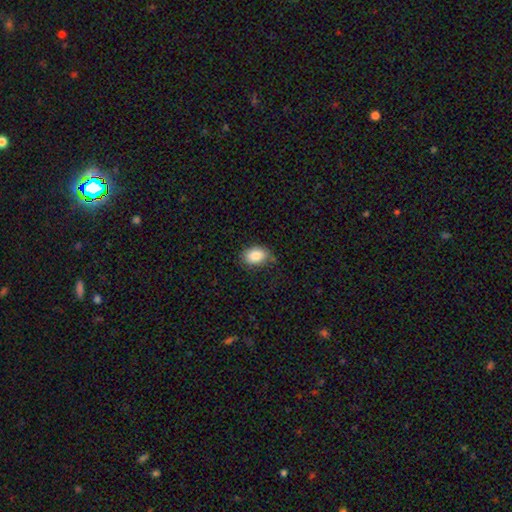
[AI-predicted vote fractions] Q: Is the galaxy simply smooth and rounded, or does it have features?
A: smooth — 86%.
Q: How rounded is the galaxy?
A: in between — 79%.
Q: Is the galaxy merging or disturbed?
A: none — 73%.